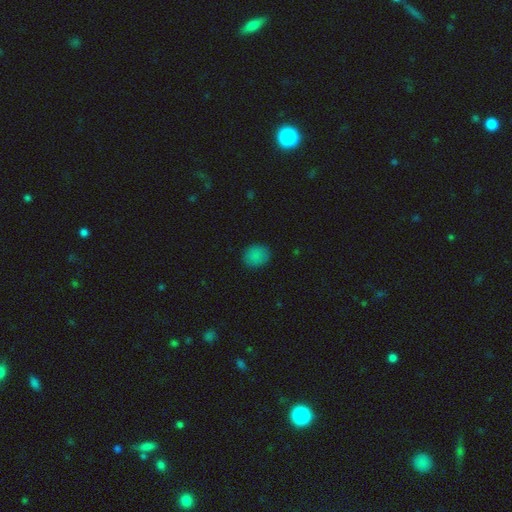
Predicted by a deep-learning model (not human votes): A smooth galaxy with no disk features (84%) that is round (73%). Merging: none (87%).